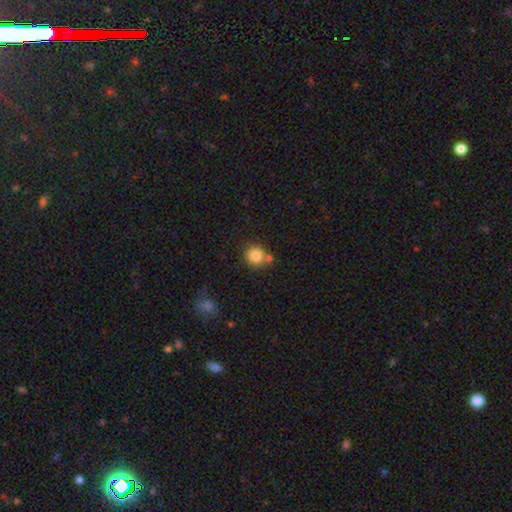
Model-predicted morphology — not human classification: type=smooth (84%); roundness=round (89%); merging=none (73%).